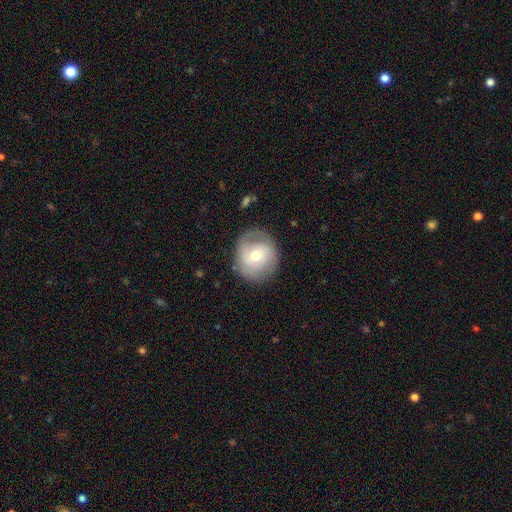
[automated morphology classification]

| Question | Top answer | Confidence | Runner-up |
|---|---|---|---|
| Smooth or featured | smooth | 49% | featured or disk (44%) |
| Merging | none | 74% | minor disturbance (17%) |